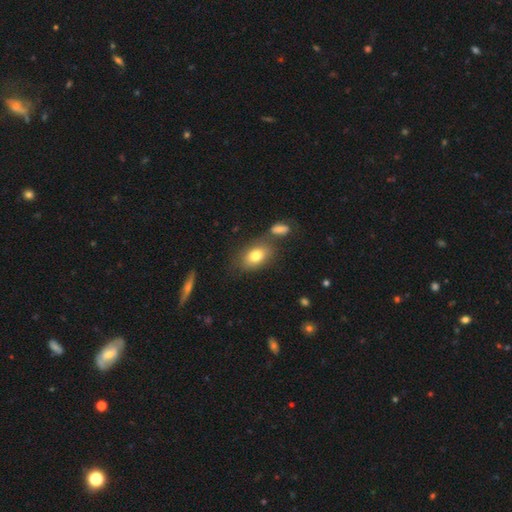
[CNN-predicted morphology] Smooth or featured?
  - smooth: 78% *
  - featured or disk: 14%
  - star or artifact: 9%
How rounded?
  - in between: 84% *
  - round: 14%
  - cigar-shaped: 2%
Merging?
  - none: 68% *
  - minor disturbance: 14%
  - merger: 13%
  - major disturbance: 5%